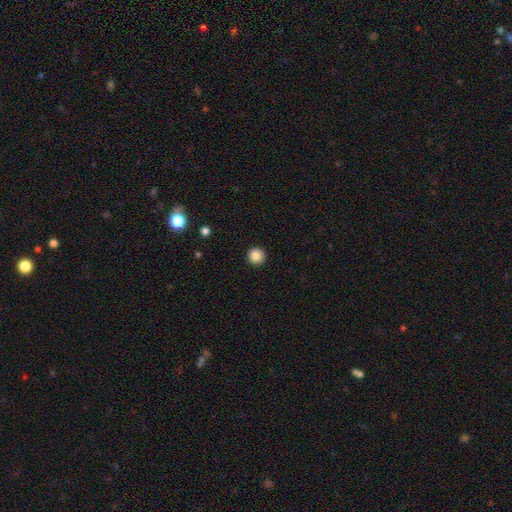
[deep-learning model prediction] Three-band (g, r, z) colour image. It shows a smooth galaxy with no disk features (87%) that is round (95%). Merging: none (92%).